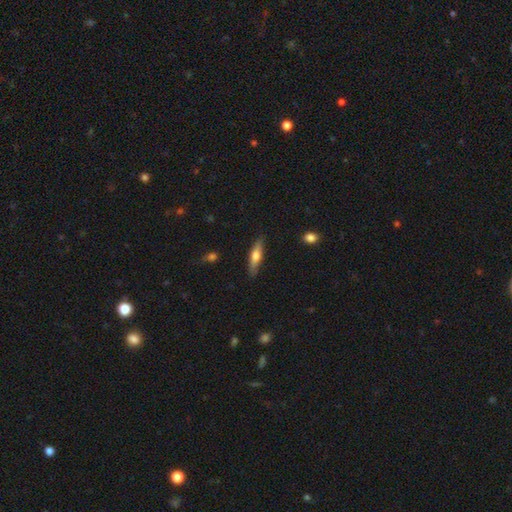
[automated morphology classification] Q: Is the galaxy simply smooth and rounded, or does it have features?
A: featured or disk — 48%.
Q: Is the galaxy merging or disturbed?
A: none — 85%.